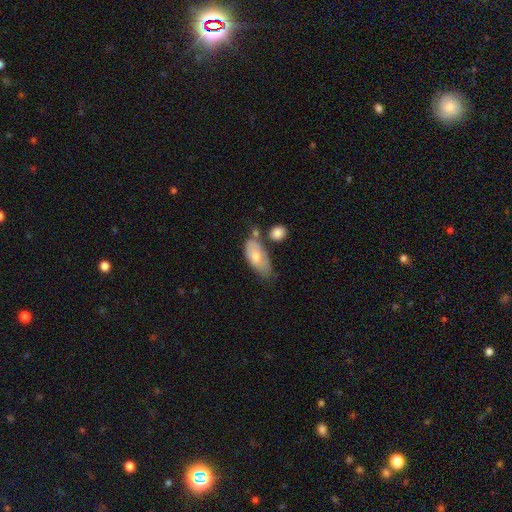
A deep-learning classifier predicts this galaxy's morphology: Smooth or featured? smooth (66%)
How rounded? in between (87%)
Merging? none (46%)